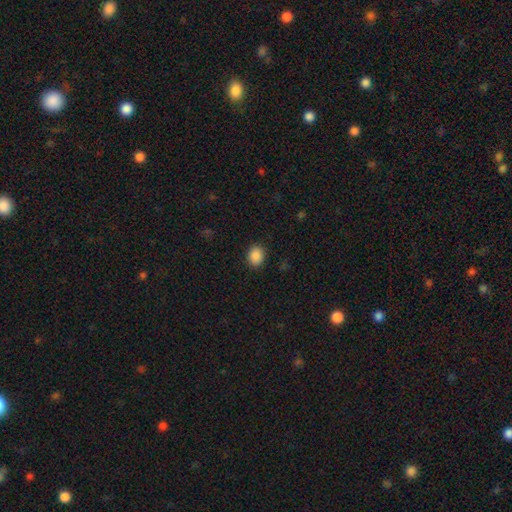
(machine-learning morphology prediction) Smooth or featured?
  - smooth: 88% *
  - star or artifact: 9%
  - featured or disk: 3%
How rounded?
  - in between: 51% *
  - round: 48%
  - cigar-shaped: 1%
Merging?
  - none: 89% *
  - minor disturbance: 8%
  - major disturbance: 2%
  - merger: 1%